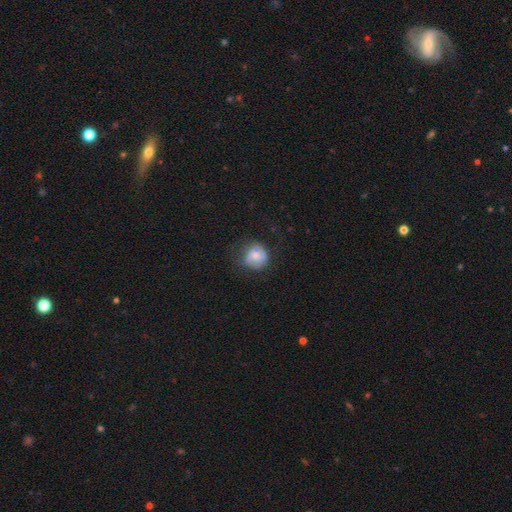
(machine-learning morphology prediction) The model was most divided on "merging": none: 59%, minor disturbance: 27%, major disturbance: 13%, merger: 2%. More confident: how rounded — round (82%); smooth or featured — smooth (62%).